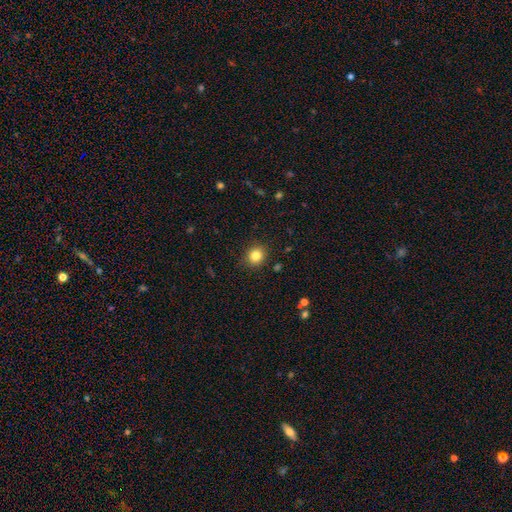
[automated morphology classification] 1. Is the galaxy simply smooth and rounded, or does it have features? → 83% smooth, 11% star or artifact, 6% featured or disk.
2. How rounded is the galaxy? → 83% round, 17% in between, 1% cigar-shaped.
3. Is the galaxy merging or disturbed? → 89% none, 7% minor disturbance, 2% major disturbance, 1% merger.